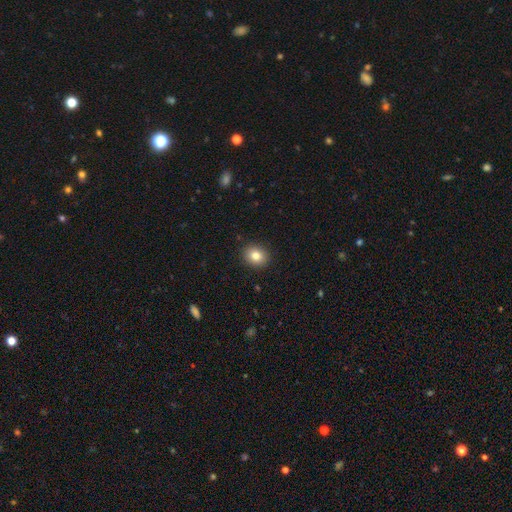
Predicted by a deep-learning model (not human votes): This appears to be a smooth galaxy with no disk features (82%) that is round (68%). Merging: none (91%).